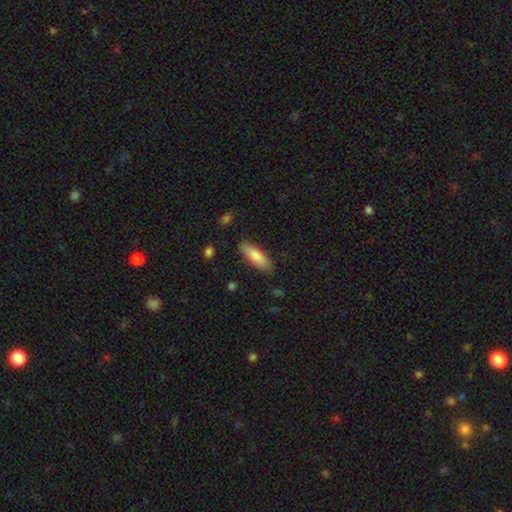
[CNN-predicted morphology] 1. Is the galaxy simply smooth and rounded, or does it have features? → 79% smooth, 15% featured or disk, 6% star or artifact.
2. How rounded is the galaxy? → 50% in between, 48% cigar-shaped, 2% round.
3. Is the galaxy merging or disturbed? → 84% none, 12% minor disturbance, 3% major disturbance, 1% merger.